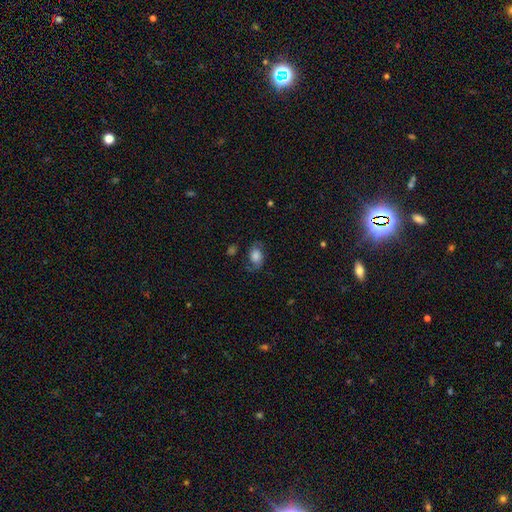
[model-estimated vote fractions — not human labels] Overall: smooth (61%; featured or disk 29%). How rounded: in between (76%). Merging: none (60%; minor disturbance 23%).